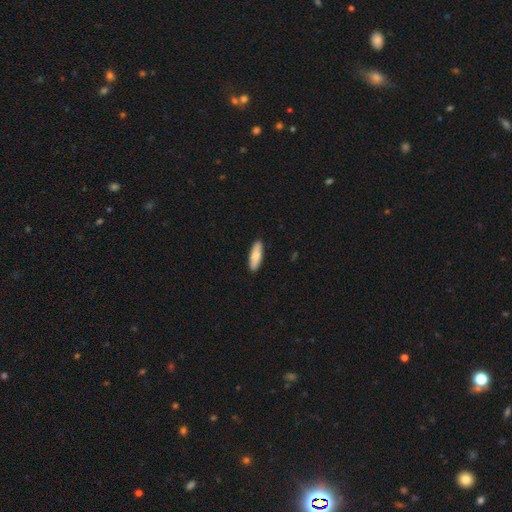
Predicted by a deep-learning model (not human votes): This appears to be a smooth galaxy with no disk features (76%) that is in between round and cigar-shaped (53%). Merging: none (91%).